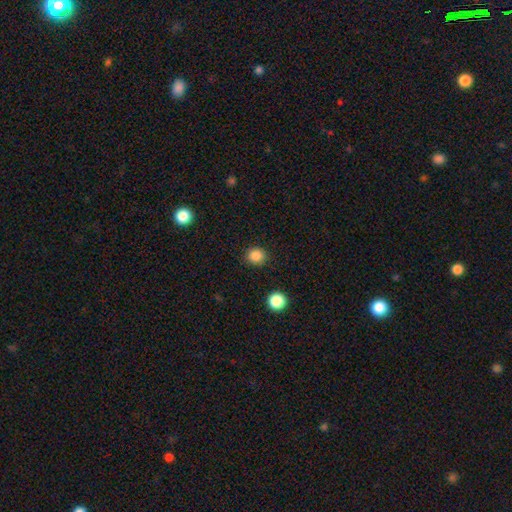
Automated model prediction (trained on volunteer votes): Morphology: type=smooth (86%); roundness=round (86%); merging=none (90%).